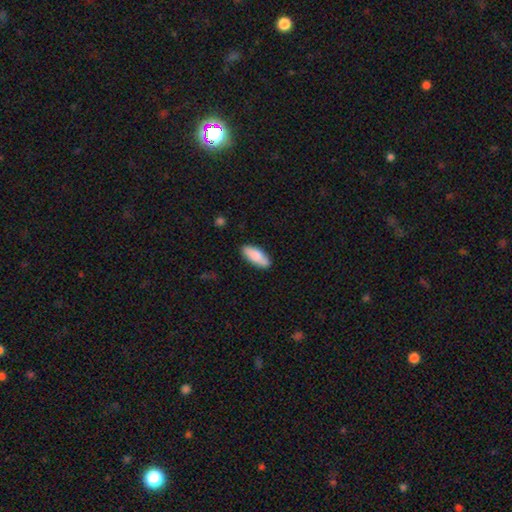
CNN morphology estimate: A smooth galaxy with no disk features (86%) that is in between round and cigar-shaped (77%).

Vote fractions:
- Smooth or featured? smooth: 86% / featured or disk: 8% / star or artifact: 6%
- How rounded? in between: 77% / cigar-shaped: 21% / round: 2%
- Merging? none: 86% / minor disturbance: 11% / major disturbance: 2% / merger: 1%